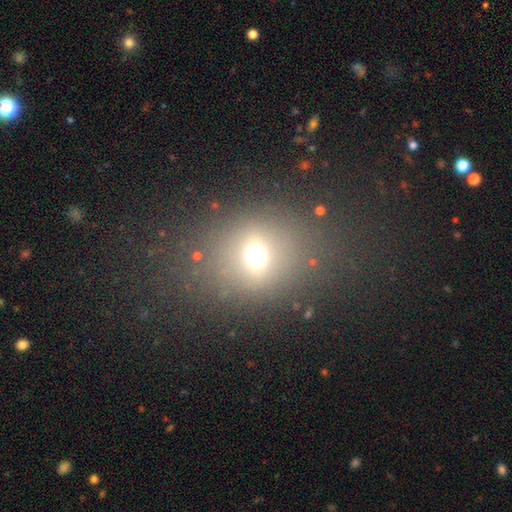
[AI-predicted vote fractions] Q: Smooth or featured?
A: smooth (62%); runner-up: star or artifact (25%)
Q: How rounded?
A: round (70%); runner-up: in between (28%)
Q: Merging?
A: none (76%); runner-up: minor disturbance (12%)